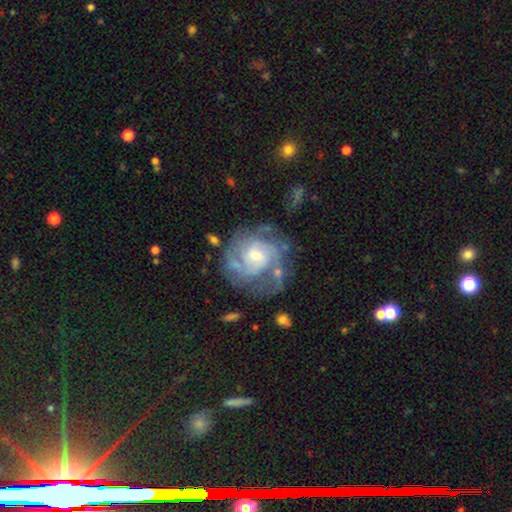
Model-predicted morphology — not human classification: smooth_or_featured: featured or disk (p=0.82) [alt: smooth p=0.12]
disk_edge_on: no (p=0.98) [alt: yes p=0.02]
bar: no (p=0.64) [alt: weak p=0.31]
has_spiral_arms: yes (p=0.92) [alt: no p=0.08]
spiral_winding: tight (p=0.53) [alt: medium p=0.37]
spiral_arm_count: can't tell (p=0.33) [alt: 2 p=0.25]
bulge_size: small (p=0.49) [alt: moderate p=0.45]
merging: none (p=0.60) [alt: minor disturbance p=0.20]